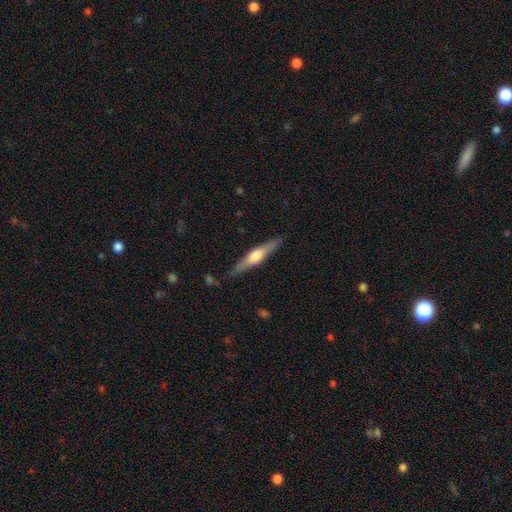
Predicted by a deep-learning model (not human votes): Q: Smooth or featured?
A: featured or disk (58%); runner-up: smooth (37%)
Q: Edge-on disk?
A: yes (96%); runner-up: no (4%)
Q: Edge-on bulge?
A: rounded (84%); runner-up: boxy (10%)
Q: Merging?
A: none (86%); runner-up: minor disturbance (10%)